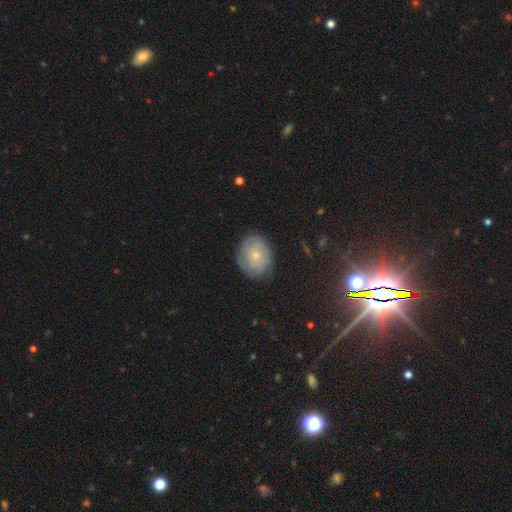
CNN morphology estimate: smooth_or_featured: smooth (p=0.50) [alt: featured or disk p=0.40]
merging: none (p=0.77) [alt: minor disturbance p=0.17]